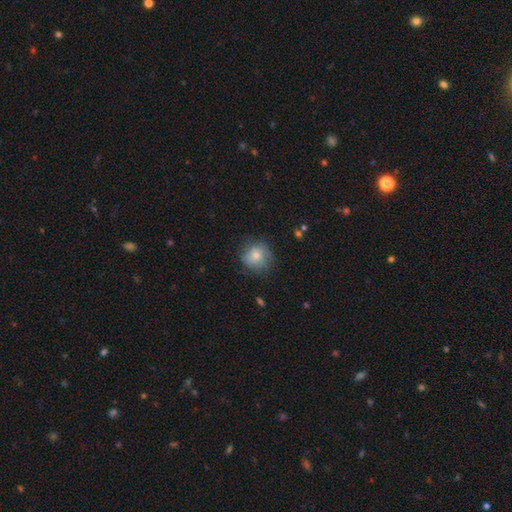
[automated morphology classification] This is likely a smooth galaxy (69%). How rounded: clearly round (84%). Merging: likely none (67%).